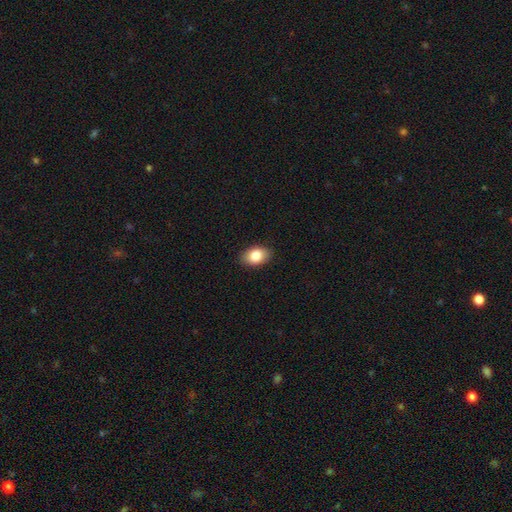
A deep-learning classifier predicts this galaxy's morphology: type=smooth (84%); roundness=in between (86%); merging=none (88%).